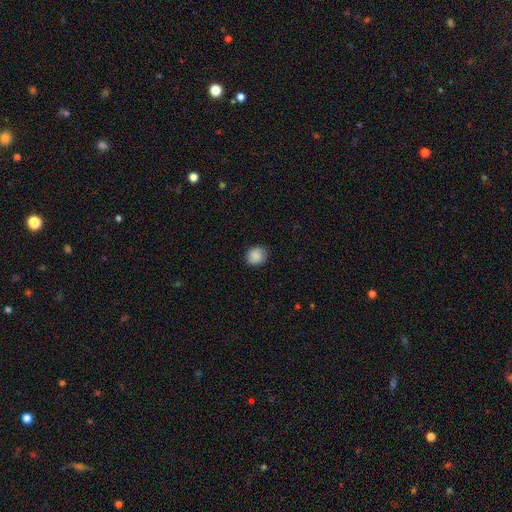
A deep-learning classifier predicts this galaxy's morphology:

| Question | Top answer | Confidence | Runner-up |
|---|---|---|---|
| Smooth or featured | smooth | 88% | star or artifact (8%) |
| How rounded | round | 78% | in between (21%) |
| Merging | none | 84% | minor disturbance (12%) |